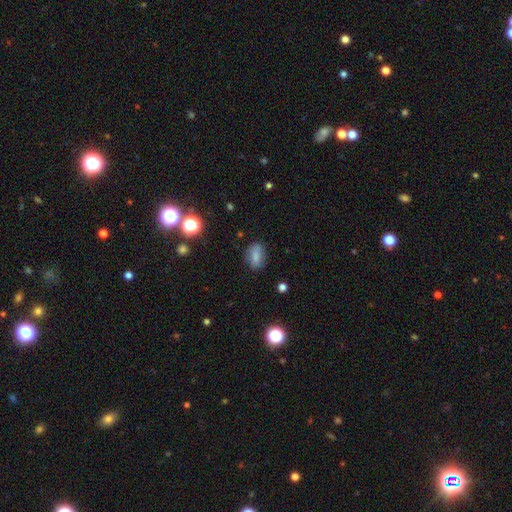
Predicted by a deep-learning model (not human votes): Smooth or featured? smooth (78%)
How rounded? in between (80%)
Merging? none (76%)